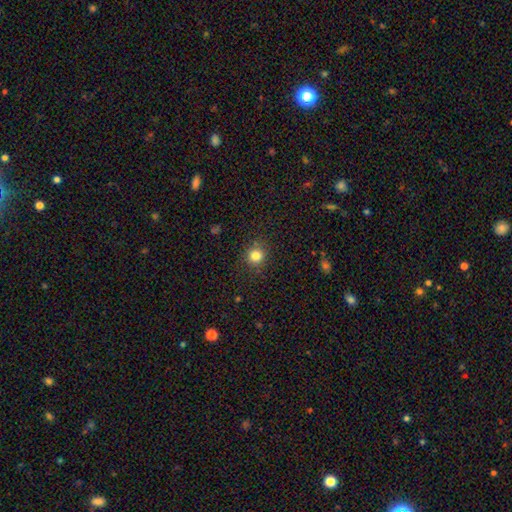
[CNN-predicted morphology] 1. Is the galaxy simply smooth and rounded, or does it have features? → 82% smooth, 13% star or artifact, 5% featured or disk.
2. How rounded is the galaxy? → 90% round, 9% in between, 1% cigar-shaped.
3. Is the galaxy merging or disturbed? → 87% none, 9% minor disturbance, 3% major disturbance, 1% merger.